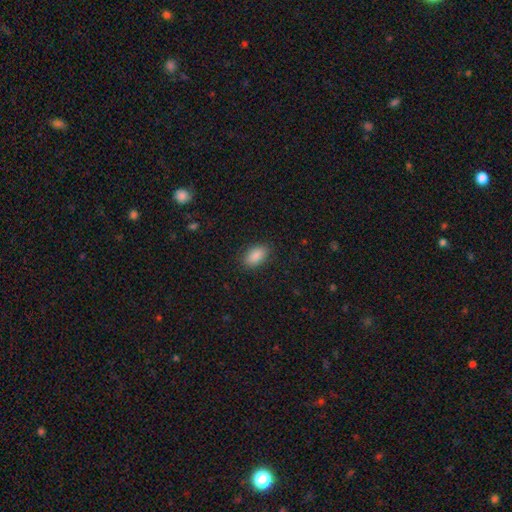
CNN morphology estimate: smooth 89%, star or artifact 7%, featured or disk 4%. Down the decision tree: how rounded — in between (92%); merging — none (87%).